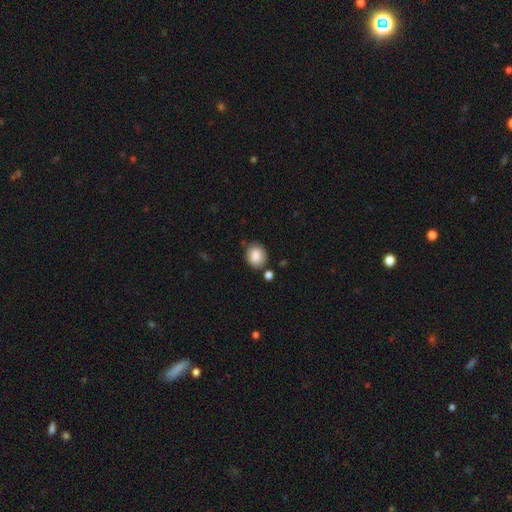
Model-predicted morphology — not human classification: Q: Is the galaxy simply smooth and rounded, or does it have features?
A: smooth — 83%.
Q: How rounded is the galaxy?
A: round — 50%.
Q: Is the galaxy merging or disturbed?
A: none — 72%.